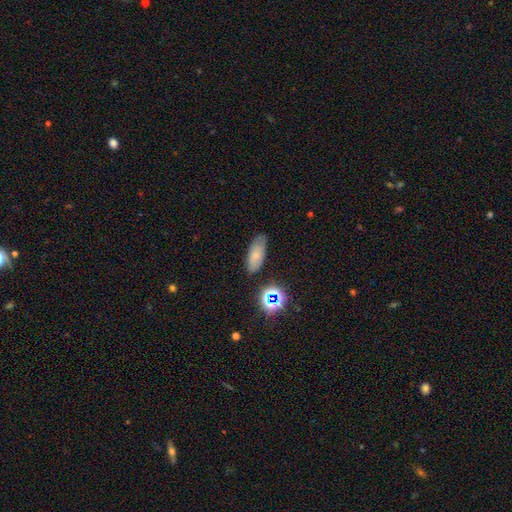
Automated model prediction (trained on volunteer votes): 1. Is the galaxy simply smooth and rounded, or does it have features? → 69% smooth, 17% featured or disk, 14% star or artifact.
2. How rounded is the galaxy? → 82% in between, 13% cigar-shaped, 5% round.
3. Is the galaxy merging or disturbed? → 74% none, 19% minor disturbance, 4% major disturbance, 3% merger.